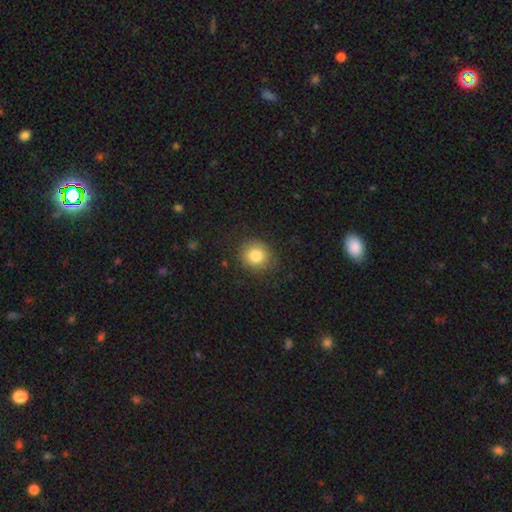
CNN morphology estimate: A smooth galaxy with no disk features (83%) that is round (84%). Merging: none (85%).